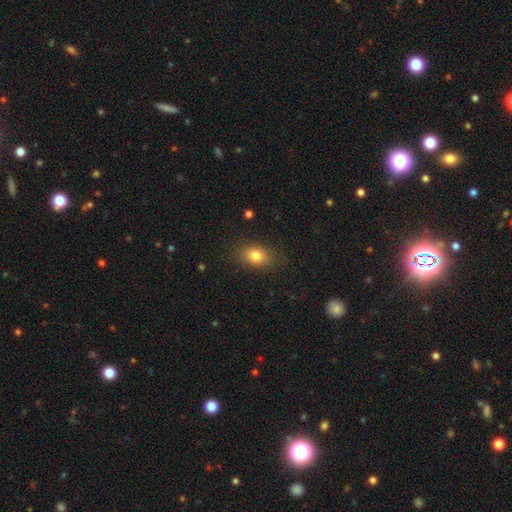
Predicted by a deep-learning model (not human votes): Overall: smooth (81%). How rounded: in between (77%). Merging: none (82%).